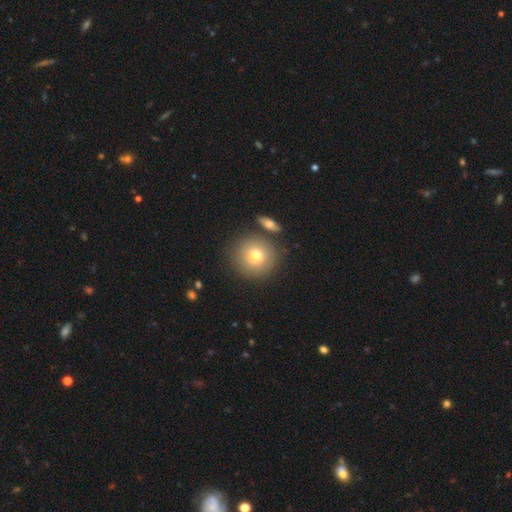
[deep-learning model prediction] This appears to be a smooth galaxy with no disk features (75%) that is round (93%). Merging: none (79%).